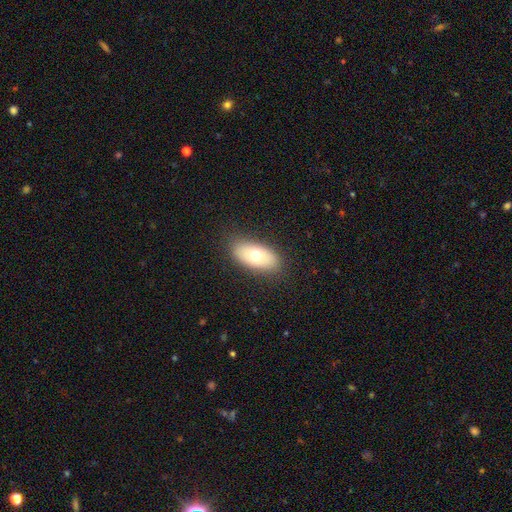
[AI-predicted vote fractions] smooth 68%, featured or disk 24%, star or artifact 8%. Down the decision tree: how rounded — in between (89%); merging — none (86%).